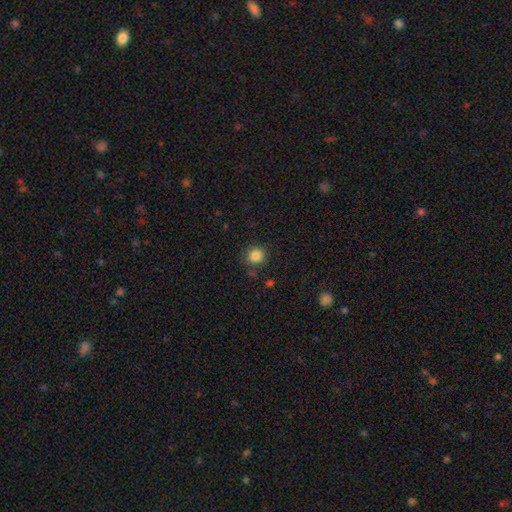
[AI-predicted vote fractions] Morphology: type=smooth (85%); roundness=round (89%); merging=none (84%).